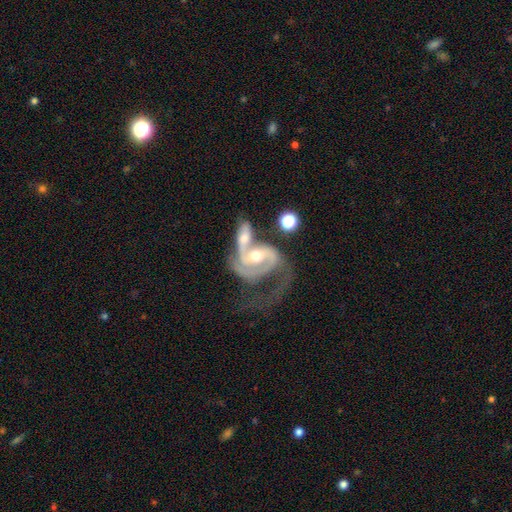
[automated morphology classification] This appears to be a featured or disk galaxy (87%) with no bar (39%, tied with weak), 2 (66%) medium (44%) spiral arms (94%) and a moderate central bulge (65%). Merging: merger (57%).